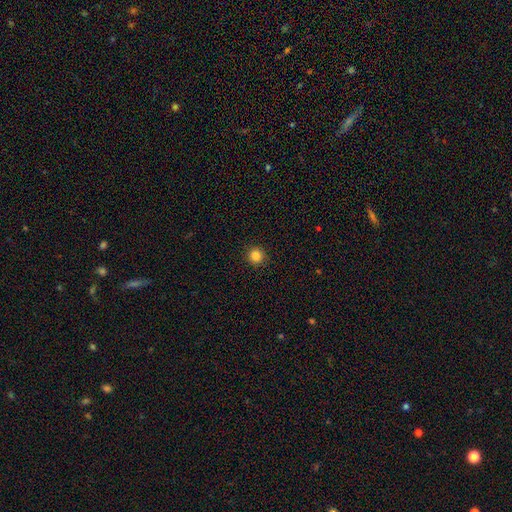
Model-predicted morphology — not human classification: Q: Smooth or featured?
A: smooth (83%); runner-up: star or artifact (12%)
Q: How rounded?
A: round (95%); runner-up: in between (4%)
Q: Merging?
A: none (93%); runner-up: minor disturbance (4%)